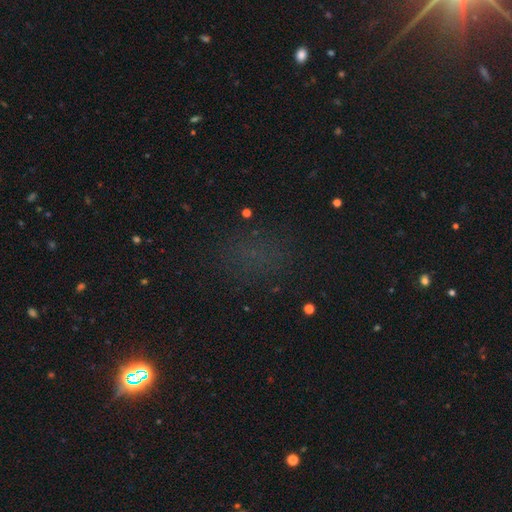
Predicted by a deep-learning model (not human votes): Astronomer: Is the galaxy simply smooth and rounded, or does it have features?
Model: star or artifact — 58%.